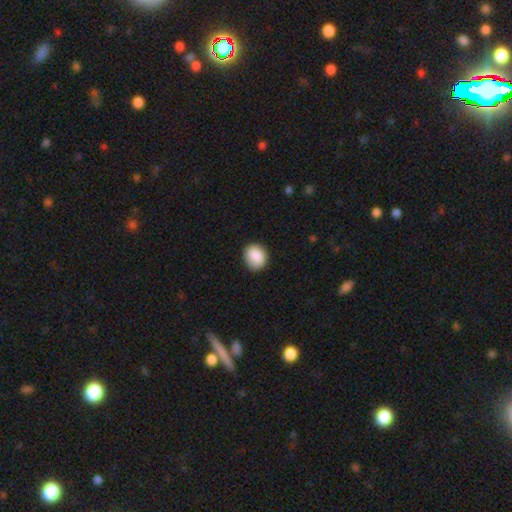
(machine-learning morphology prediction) smooth-or-featured: smooth: 89% | star or artifact: 7% | featured or disk: 4%
  how-rounded: round: 68% | in between: 31% | cigar-shaped: 1%
  merging: none: 84% | minor disturbance: 13% | major disturbance: 3% | merger: 1%